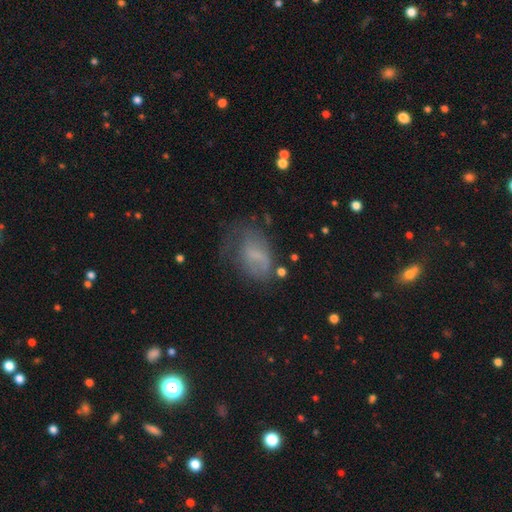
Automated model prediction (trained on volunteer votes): Q: Smooth or featured?
A: smooth (54%); runner-up: featured or disk (33%)
Q: How rounded?
A: in between (82%); runner-up: round (15%)
Q: Merging?
A: none (38%); runner-up: minor disturbance (29%)